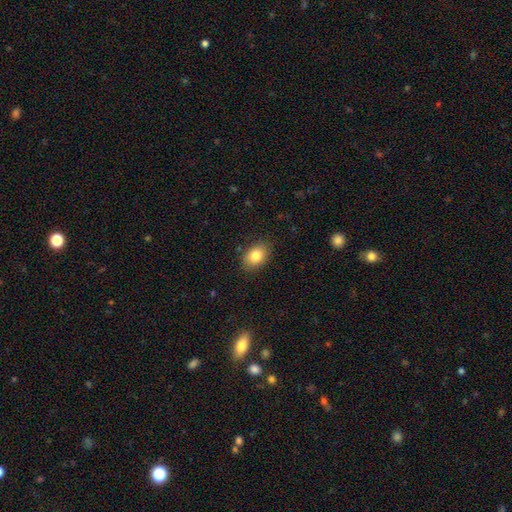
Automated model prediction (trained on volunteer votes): smooth_or_featured: smooth (p=0.82) [alt: featured or disk p=0.09]
how_rounded: in between (p=0.77) [alt: round p=0.22]
merging: none (p=0.86) [alt: minor disturbance p=0.11]